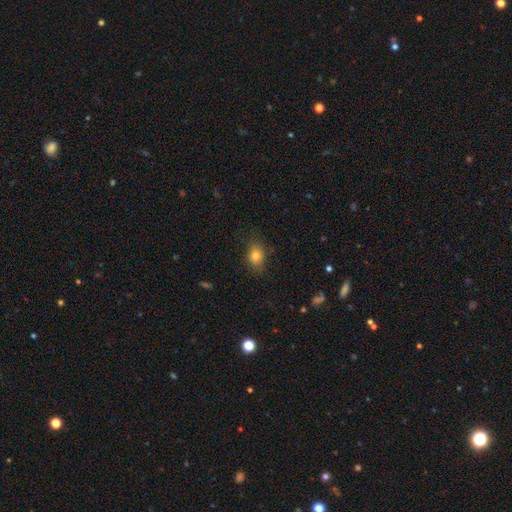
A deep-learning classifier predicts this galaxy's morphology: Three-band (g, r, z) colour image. It shows a smooth galaxy with no disk features (79%) that is in between round and cigar-shaped (67%). Merging: none (80%).